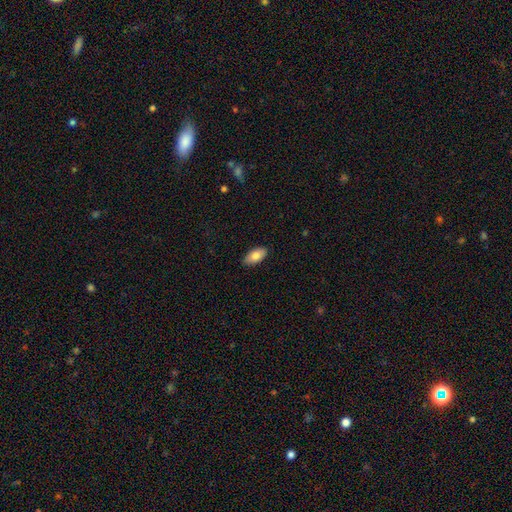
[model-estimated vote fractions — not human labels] smooth_or_featured: smooth (p=0.81) [alt: featured or disk p=0.13]
how_rounded: in between (p=0.93) [alt: cigar-shaped p=0.05]
merging: none (p=0.87) [alt: minor disturbance p=0.10]